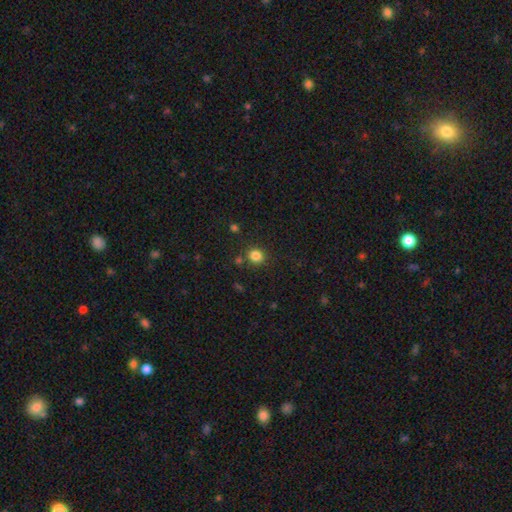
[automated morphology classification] Overall: smooth (83%). How rounded: round (82%). Merging: none (83%).